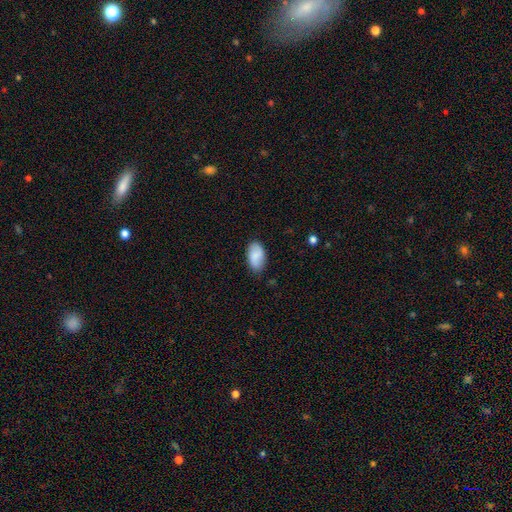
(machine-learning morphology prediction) A smooth galaxy with no disk features (79%) that is in between round and cigar-shaped (94%).

Vote fractions:
- Smooth or featured? smooth: 79% / featured or disk: 14% / star or artifact: 7%
- How rounded? in between: 94% / round: 4% / cigar-shaped: 2%
- Merging? none: 78% / minor disturbance: 17% / major disturbance: 3% / merger: 1%